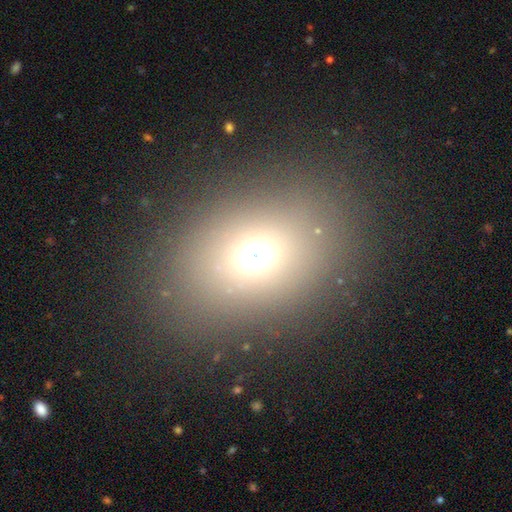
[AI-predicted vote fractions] smooth_or_featured: smooth (p=0.64) [alt: star or artifact p=0.23]
how_rounded: in between (p=0.58) [alt: round p=0.40]
merging: none (p=0.83) [alt: minor disturbance p=0.09]